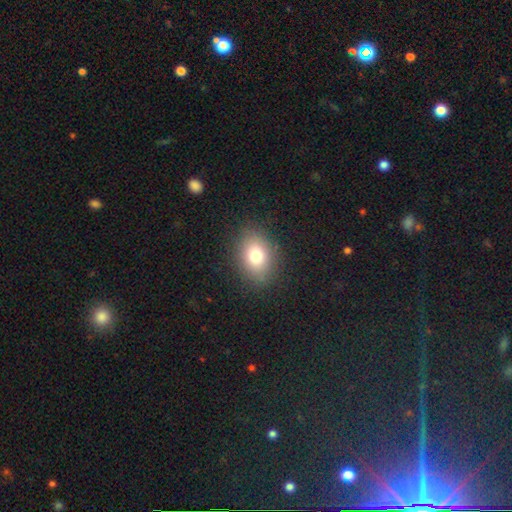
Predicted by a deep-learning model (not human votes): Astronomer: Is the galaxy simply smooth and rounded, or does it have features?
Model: smooth — 77%.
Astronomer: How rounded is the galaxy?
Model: in between — 67%.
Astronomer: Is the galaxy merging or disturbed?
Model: none — 86%.